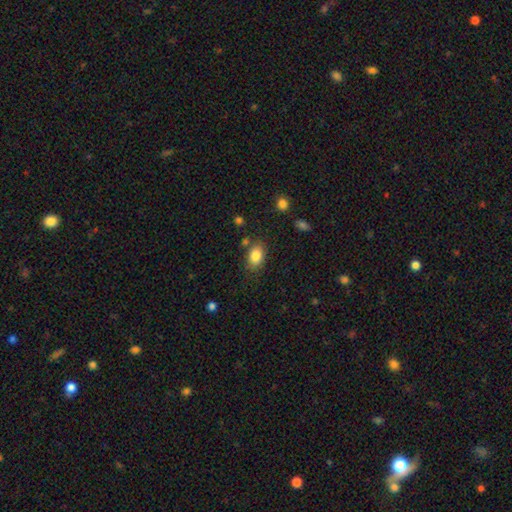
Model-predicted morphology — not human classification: Smooth or featured?
  - smooth: 84% *
  - star or artifact: 8%
  - featured or disk: 8%
How rounded?
  - in between: 84% *
  - round: 15%
  - cigar-shaped: 1%
Merging?
  - none: 79% *
  - minor disturbance: 13%
  - merger: 4%
  - major disturbance: 4%